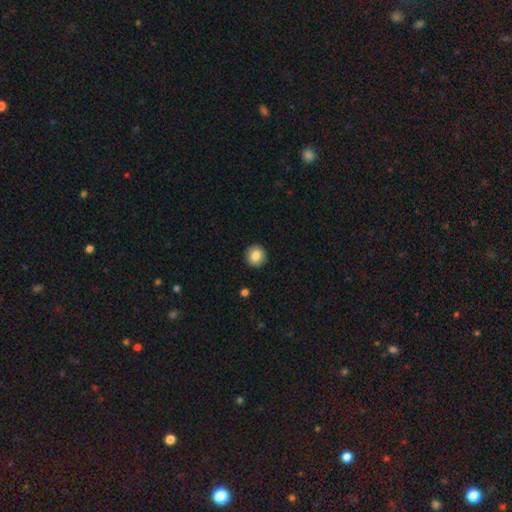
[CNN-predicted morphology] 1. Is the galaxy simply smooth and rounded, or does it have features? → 86% smooth, 8% star or artifact, 6% featured or disk.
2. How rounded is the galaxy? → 89% round, 10% in between, 1% cigar-shaped.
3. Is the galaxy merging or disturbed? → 92% none, 6% minor disturbance, 2% major disturbance, 1% merger.